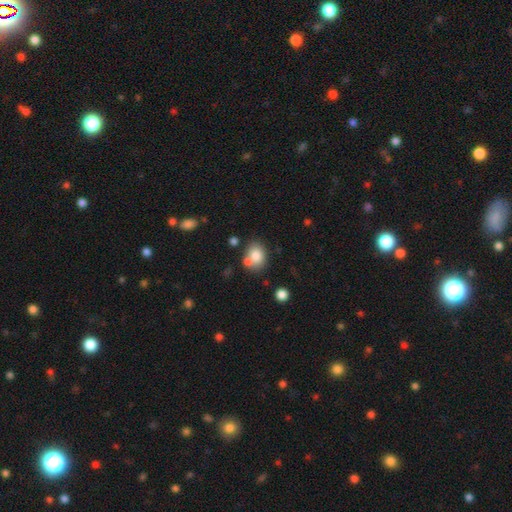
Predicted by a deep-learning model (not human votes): Morphology: type=smooth (79%); roundness=in between (60%); merging=none (56%).